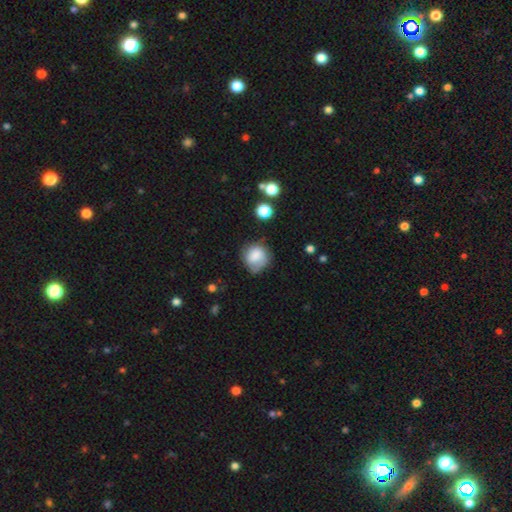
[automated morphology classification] Q: Smooth or featured?
A: smooth (74%); runner-up: featured or disk (17%)
Q: How rounded?
A: round (77%); runner-up: in between (22%)
Q: Merging?
A: none (55%); runner-up: minor disturbance (29%)